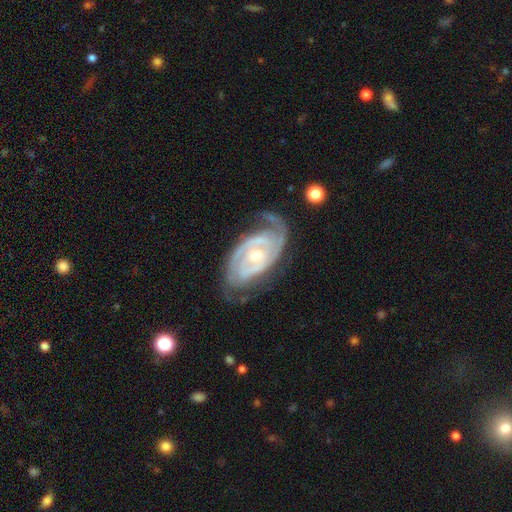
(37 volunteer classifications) Smooth or featured? 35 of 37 (95%) said featured or disk. Edge-on disk? 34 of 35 (97%) said no. Bar? 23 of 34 (68%) said no. Spiral arms? 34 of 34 (100%) said yes. Spiral winding? 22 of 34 (65%) said tight. Spiral arm count? 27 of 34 (79%) said 2. Bulge size? 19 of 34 (56%) said small. Merging? 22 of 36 (61%) said none.